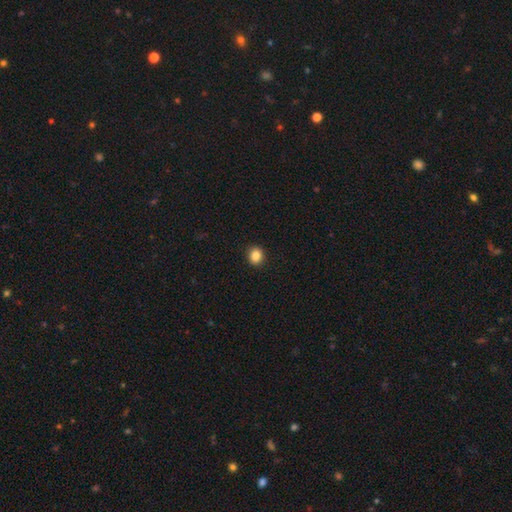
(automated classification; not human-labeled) Morphology: type=smooth (86%); roundness=round (78%); merging=none (92%).